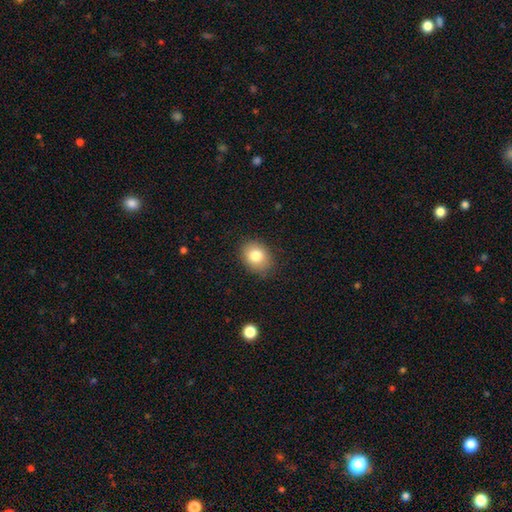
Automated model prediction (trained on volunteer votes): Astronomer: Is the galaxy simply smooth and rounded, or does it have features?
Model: smooth — 82%.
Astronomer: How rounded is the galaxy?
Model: in between — 53% (runner-up: round, 46%).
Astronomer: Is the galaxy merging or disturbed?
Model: none — 85%.